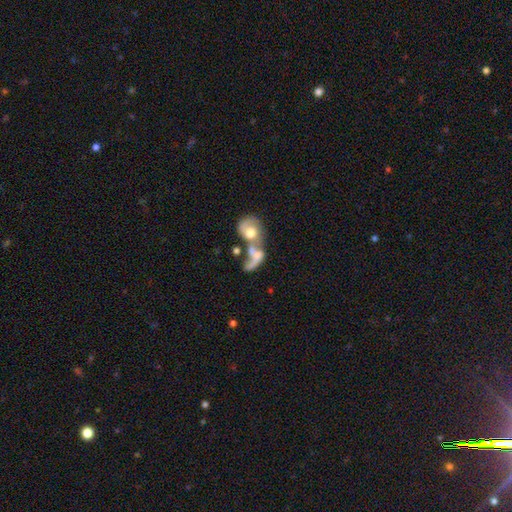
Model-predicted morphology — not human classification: Smooth or featured: featured or disk — 48% (smooth — 43%)
Merging: merger — 70% (major disturbance — 16%)